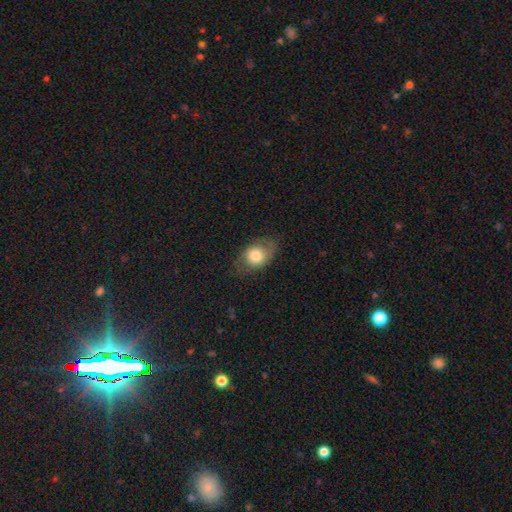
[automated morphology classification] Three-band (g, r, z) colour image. It shows a smooth galaxy with no disk features (73%) that is in between round and cigar-shaped (67%). Merging: none (68%).